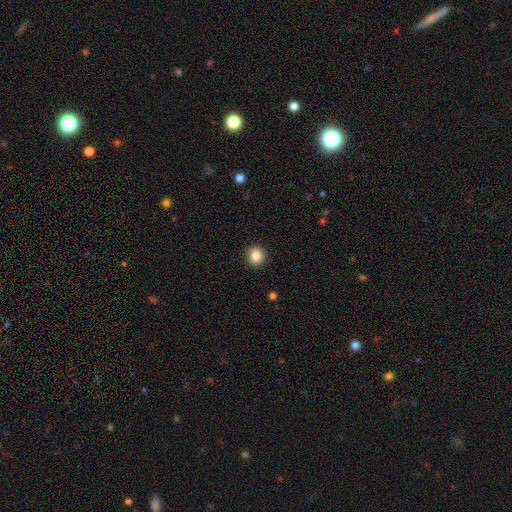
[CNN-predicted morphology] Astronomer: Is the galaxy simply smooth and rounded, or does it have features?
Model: smooth — 86%.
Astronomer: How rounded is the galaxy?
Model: round — 88%.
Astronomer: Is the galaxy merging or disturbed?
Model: none — 92%.